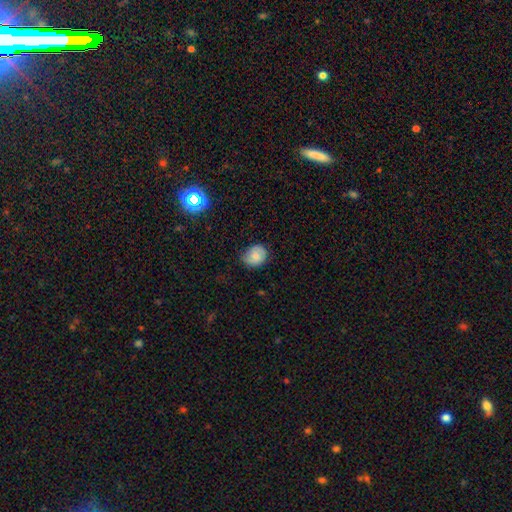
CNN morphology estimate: Smooth or featured?
  - smooth: 70% *
  - featured or disk: 21%
  - star or artifact: 9%
How rounded?
  - round: 62% *
  - in between: 37%
  - cigar-shaped: 1%
Merging?
  - none: 64% *
  - minor disturbance: 30%
  - major disturbance: 6%
  - merger: 1%